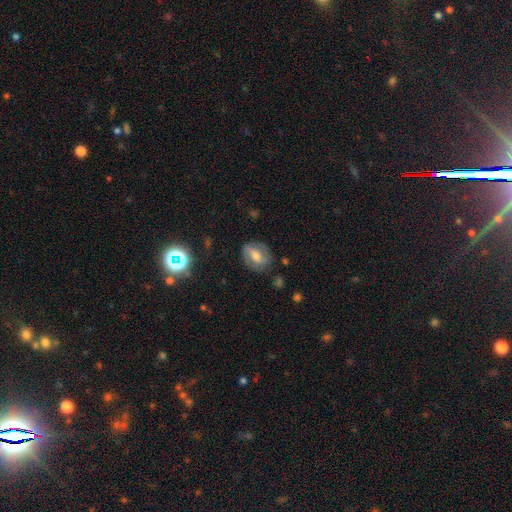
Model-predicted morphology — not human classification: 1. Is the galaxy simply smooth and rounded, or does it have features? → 50% featured or disk, 41% smooth, 9% star or artifact.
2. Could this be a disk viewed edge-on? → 92% no, 8% yes.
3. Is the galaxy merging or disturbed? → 75% none, 17% minor disturbance, 6% major disturbance, 2% merger.